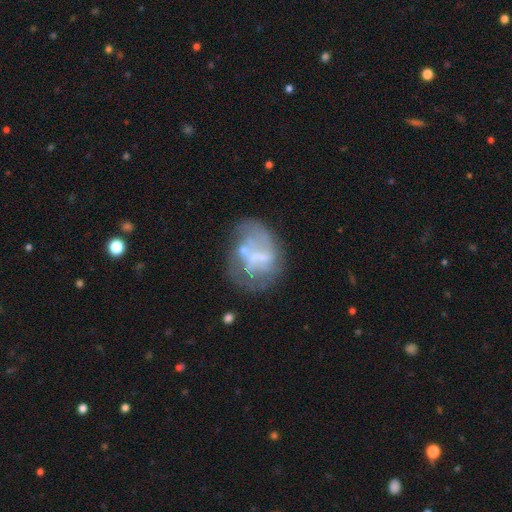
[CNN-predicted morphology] This is likely a featured or disk galaxy (62%). It is clearly not viewed edge-on (98%). Bar: likely no (61%). Spiral arm pattern: likely no (66%). Central bulge: possibly none (48%). Merging: marginally none (44%).